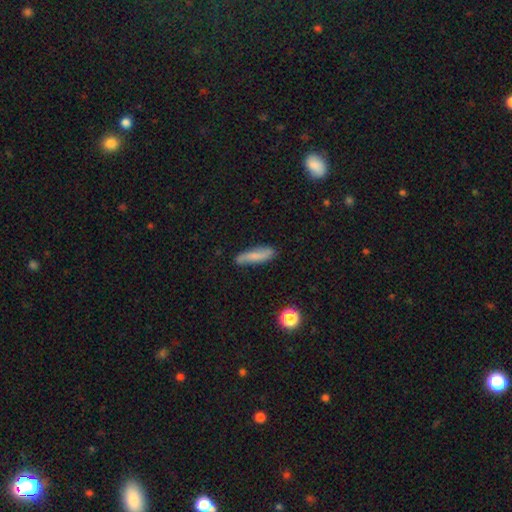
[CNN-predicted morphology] The model was most divided on "smooth or featured": smooth: 65%, featured or disk: 27%, star or artifact: 8%. More confident: merging — none (74%); how rounded — cigar-shaped (71%).